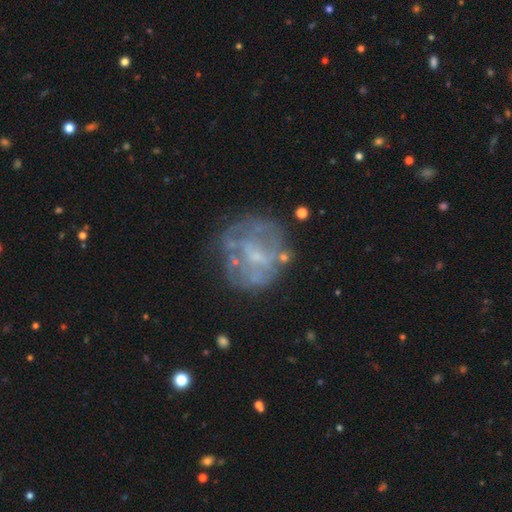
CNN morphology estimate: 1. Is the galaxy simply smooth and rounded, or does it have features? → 66% featured or disk, 23% smooth, 11% star or artifact.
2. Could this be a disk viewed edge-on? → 98% no, 2% yes.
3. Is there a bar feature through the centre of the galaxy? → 60% no, 32% weak, 8% strong.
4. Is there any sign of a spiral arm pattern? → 67% no, 33% yes.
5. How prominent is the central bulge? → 45% small, 33% none, 20% moderate, 2% large, 1% dominant.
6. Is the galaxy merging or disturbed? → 62% none, 19% minor disturbance, 15% major disturbance, 4% merger.